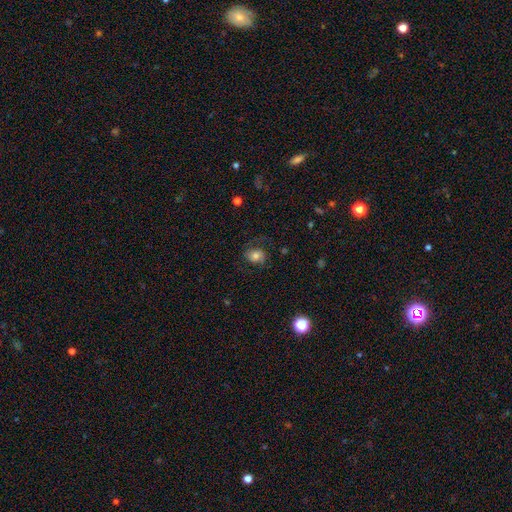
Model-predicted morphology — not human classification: The model was most divided on "how rounded": round: 51%, in between: 47%, cigar-shaped: 1%. More confident: merging — none (61%); smooth or featured — smooth (51%).